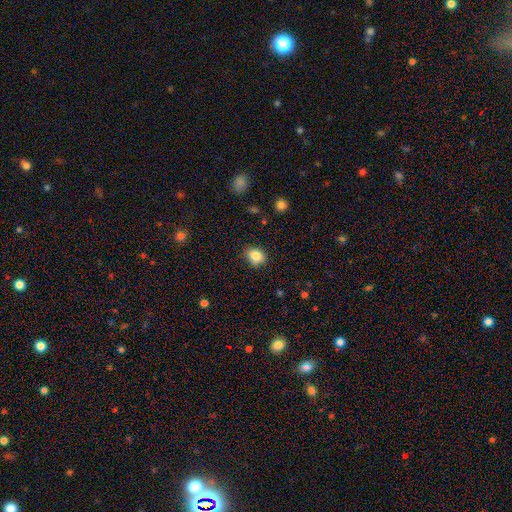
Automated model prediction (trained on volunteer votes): Q: Smooth or featured?
A: smooth (84%); runner-up: star or artifact (10%)
Q: How rounded?
A: round (53%); runner-up: in between (46%)
Q: Merging?
A: none (82%); runner-up: minor disturbance (14%)